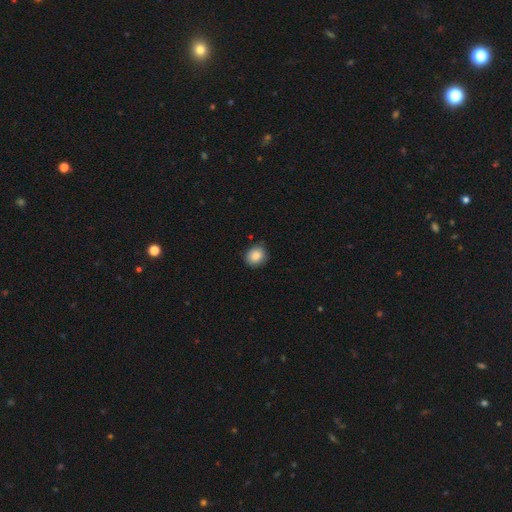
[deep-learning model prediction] smooth 86%, star or artifact 8%, featured or disk 6%. Down the decision tree: how rounded — round (76%); merging — none (84%).